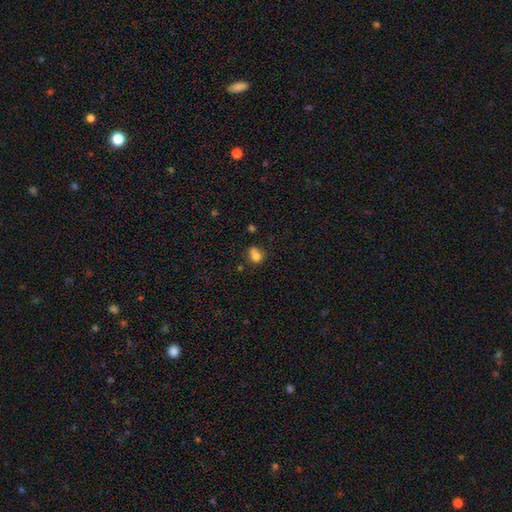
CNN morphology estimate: The model was most divided on "merging": none: 39%, merger: 31%, minor disturbance: 21%, major disturbance: 9%. More confident: smooth or featured — smooth (76%); how rounded — round (57%).